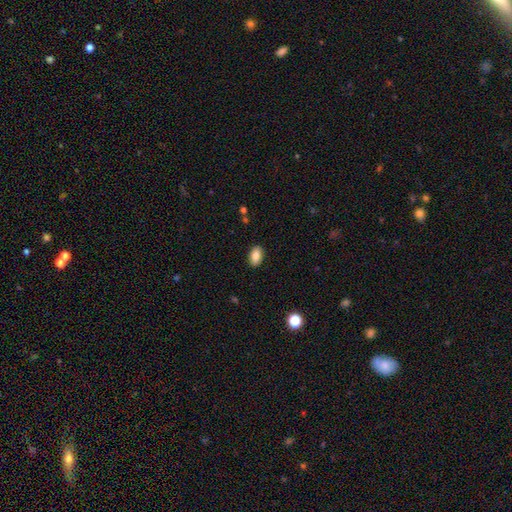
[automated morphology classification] A smooth galaxy with no disk features (83%) that is in between round and cigar-shaped (90%). Merging: none (89%).